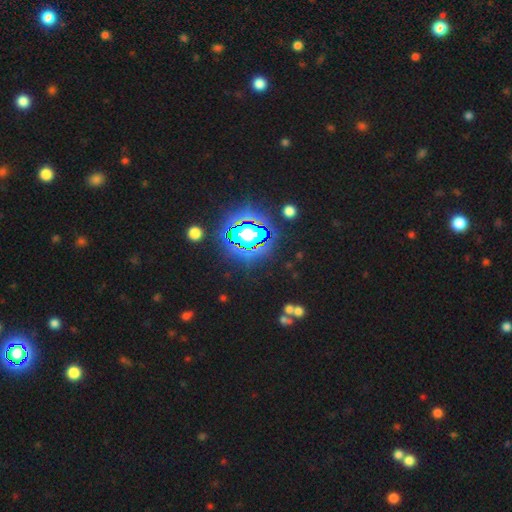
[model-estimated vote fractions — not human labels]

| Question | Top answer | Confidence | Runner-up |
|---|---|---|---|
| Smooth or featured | star or artifact | 85% | smooth (10%) |